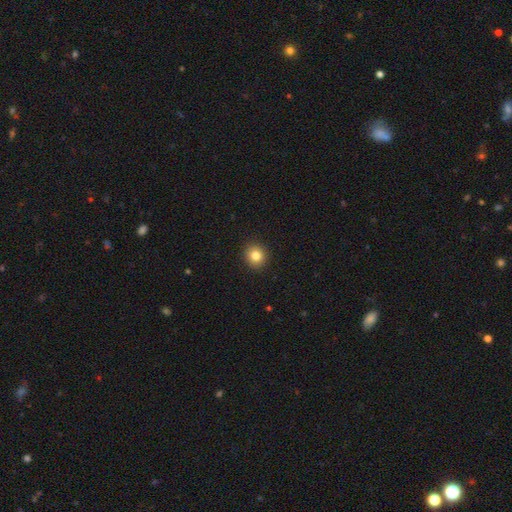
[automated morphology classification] This is clearly a smooth galaxy (83%). How rounded: clearly round (86%). Merging: clearly none (92%).